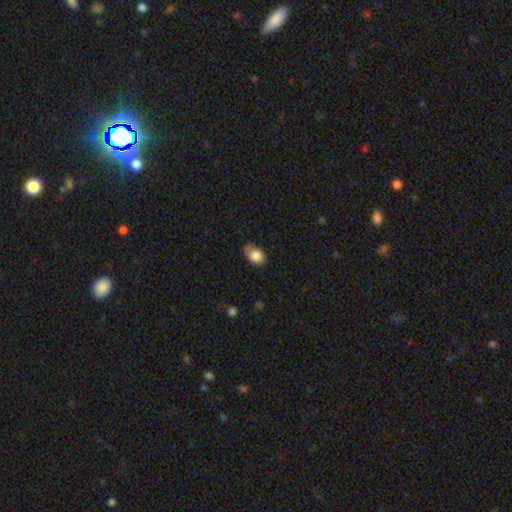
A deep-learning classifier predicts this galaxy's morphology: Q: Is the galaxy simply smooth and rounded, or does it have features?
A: smooth — 83%.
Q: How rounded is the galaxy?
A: in between — 78%.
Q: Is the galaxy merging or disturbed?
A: none — 50%.